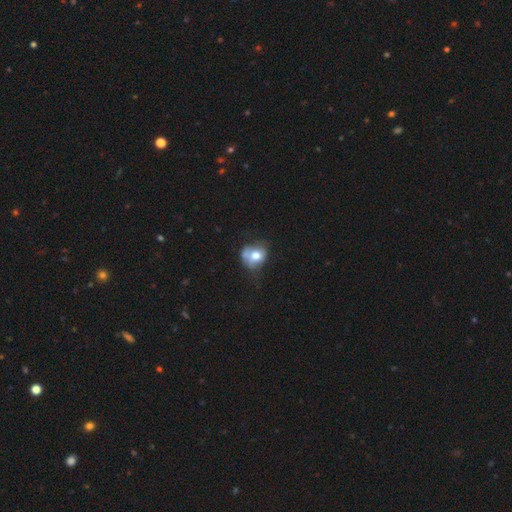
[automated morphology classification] Smooth or featured: smooth — 66% (featured or disk — 24%)
How rounded: round — 62% (in between — 37%)
Merging: none — 36% (minor disturbance — 30%)